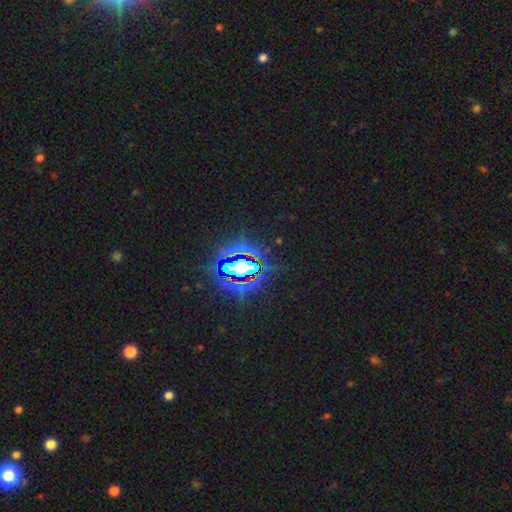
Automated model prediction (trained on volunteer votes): Q: Smooth or featured?
A: star or artifact (83%); runner-up: smooth (10%)